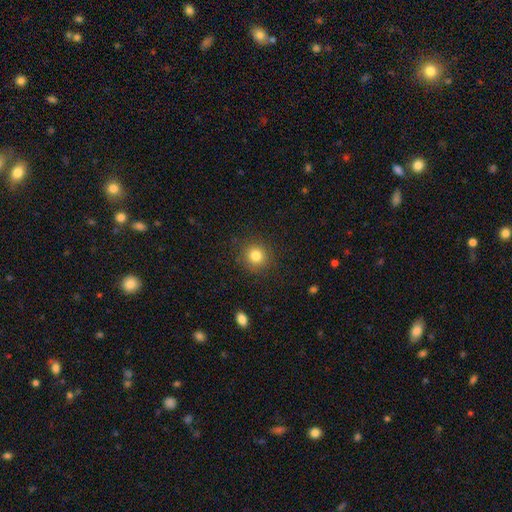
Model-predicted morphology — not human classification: This is clearly a smooth galaxy (82%). How rounded: clearly round (89%). Merging: clearly none (88%).